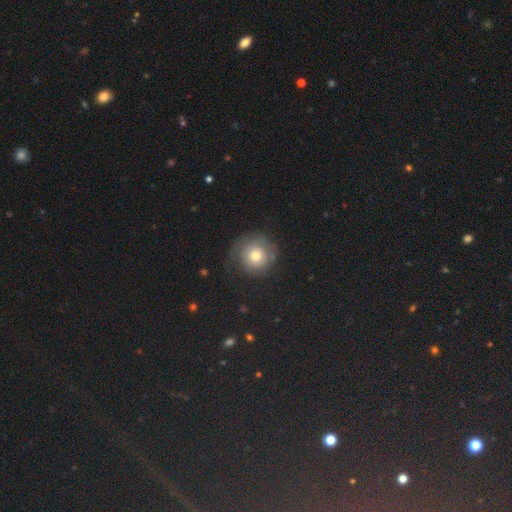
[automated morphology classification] smooth-or-featured: smooth: 58% | featured or disk: 31% | star or artifact: 10%
  how-rounded: round: 93% | in between: 6% | cigar-shaped: 1%
  merging: none: 67% | minor disturbance: 18% | major disturbance: 13% | merger: 2%